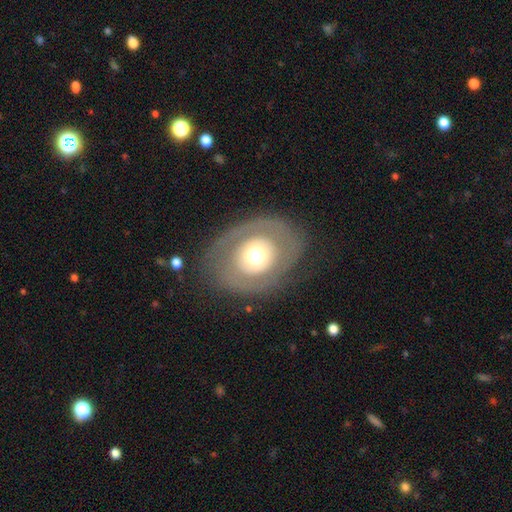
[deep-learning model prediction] Smooth or featured?
  - featured or disk: 49% *
  - smooth: 44%
  - star or artifact: 7%
Merging?
  - none: 77% *
  - minor disturbance: 12%
  - major disturbance: 9%
  - merger: 1%